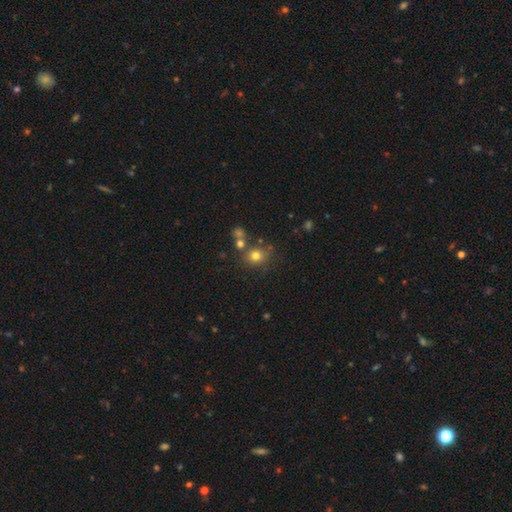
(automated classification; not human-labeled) smooth_or_featured: smooth (p=0.74) [alt: star or artifact p=0.16]
how_rounded: round (p=0.80) [alt: in between p=0.19]
merging: none (p=0.68) [alt: merger p=0.17]